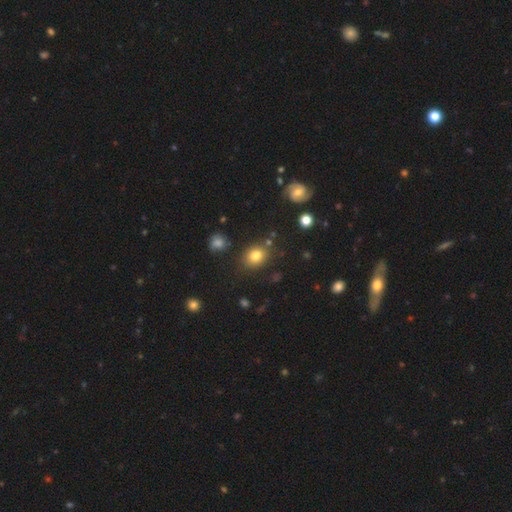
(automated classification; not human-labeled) smooth-or-featured: smooth: 80% | star or artifact: 12% | featured or disk: 8%
  how-rounded: round: 55% | in between: 44% | cigar-shaped: 1%
  merging: none: 79% | minor disturbance: 12% | merger: 5% | major disturbance: 4%